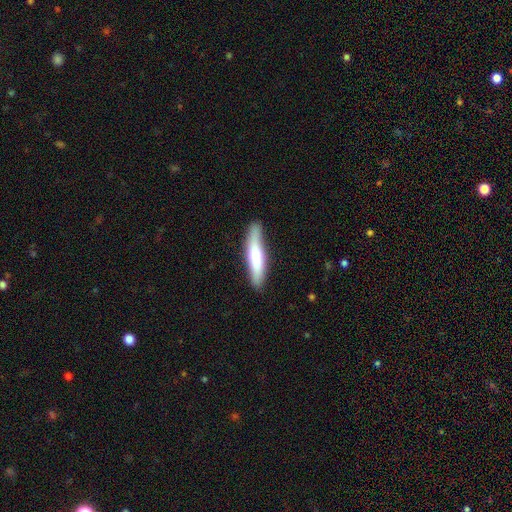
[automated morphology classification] Smooth or featured: smooth — 57% (featured or disk — 38%)
How rounded: cigar-shaped — 83% (in between — 15%)
Merging: none — 85% (minor disturbance — 11%)